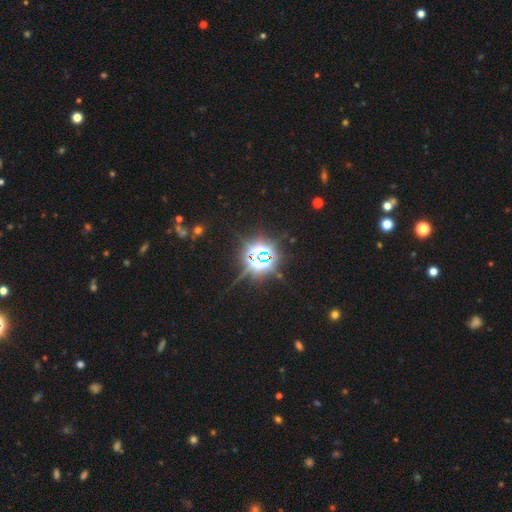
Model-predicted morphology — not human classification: This appears to be a star or artifact, not a galaxy (81%).